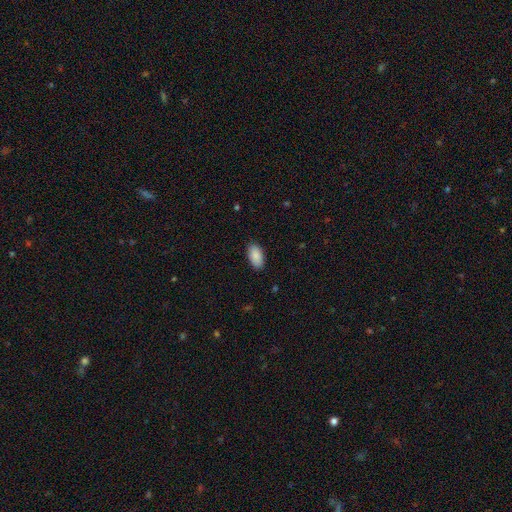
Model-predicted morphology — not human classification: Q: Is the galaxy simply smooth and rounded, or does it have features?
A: smooth — 90%.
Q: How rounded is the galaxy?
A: in between — 95%.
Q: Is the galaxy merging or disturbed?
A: none — 88%.